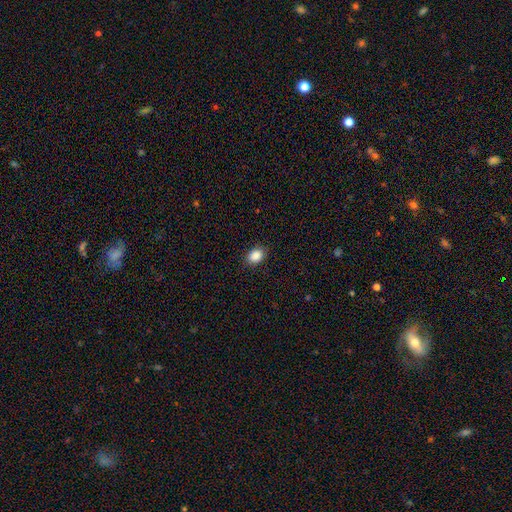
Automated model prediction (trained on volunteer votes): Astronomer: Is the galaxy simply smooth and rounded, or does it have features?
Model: smooth — 88%.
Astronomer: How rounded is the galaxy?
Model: in between — 65%.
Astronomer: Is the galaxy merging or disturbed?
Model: none — 89%.